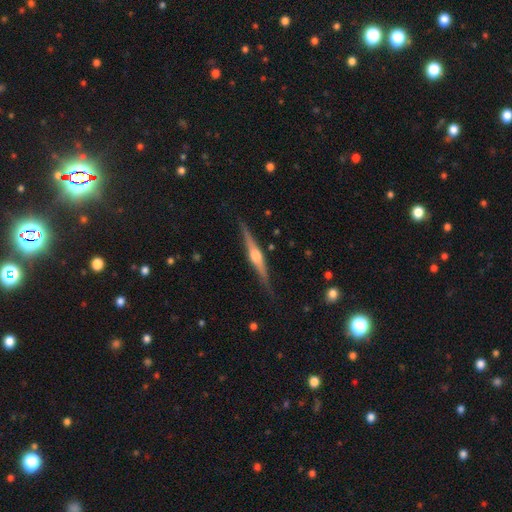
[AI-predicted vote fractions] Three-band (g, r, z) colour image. It shows a featured or disk galaxy (77%) viewed edge-on (98%) with a rounded central bulge (83%). Merging: none (86%).